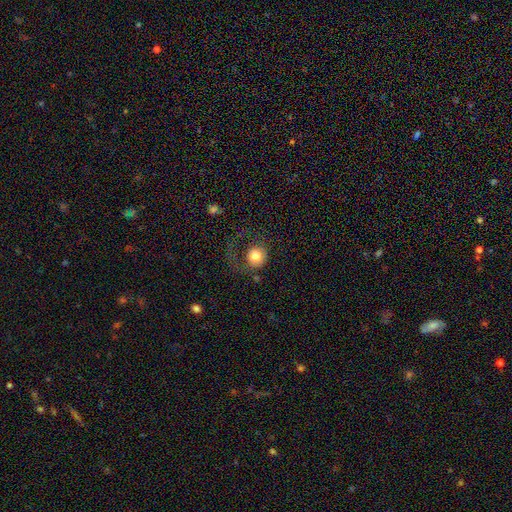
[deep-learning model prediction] Smooth or featured? Predicted: smooth (p=0.76). How rounded? Predicted: round (p=0.90). Merging? Predicted: none (p=0.46).